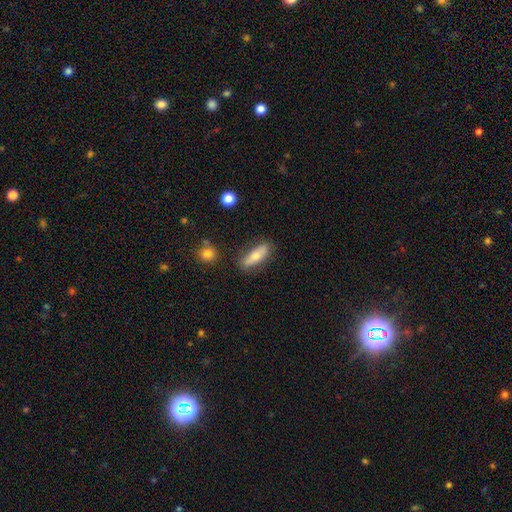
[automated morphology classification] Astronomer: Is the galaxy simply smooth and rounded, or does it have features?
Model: smooth — 61%.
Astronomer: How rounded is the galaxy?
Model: cigar-shaped — 48%, tied with in between at 48%.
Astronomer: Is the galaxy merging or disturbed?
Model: none — 82%.